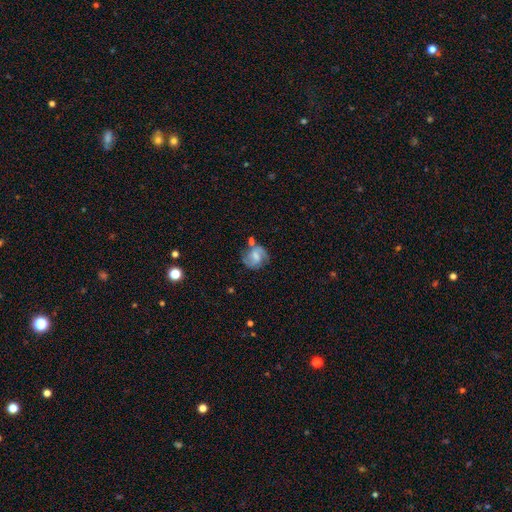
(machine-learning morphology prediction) smooth_or_featured: featured or disk (p=0.66) [alt: smooth p=0.25]
disk_edge_on: no (p=0.98) [alt: yes p=0.02]
bar: weak (p=0.50) [alt: no p=0.35]
has_spiral_arms: yes (p=0.89) [alt: no p=0.11]
spiral_winding: medium (p=0.50) [alt: loose p=0.26]
spiral_arm_count: 2 (p=0.81) [alt: can't tell p=0.09]
bulge_size: moderate (p=0.38) [alt: small p=0.33]
merging: none (p=0.57) [alt: minor disturbance p=0.21]